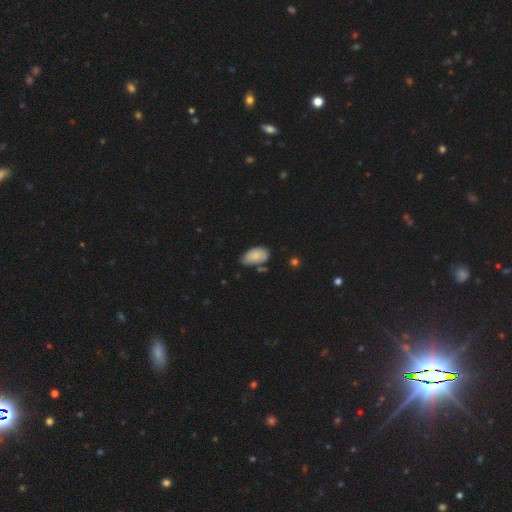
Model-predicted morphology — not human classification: Smooth or featured? Predicted: smooth (p=0.82). How rounded? Predicted: in between (p=0.94). Merging? Predicted: none (p=0.49).